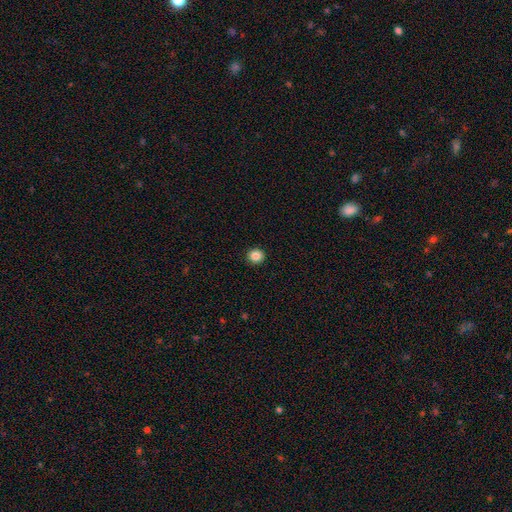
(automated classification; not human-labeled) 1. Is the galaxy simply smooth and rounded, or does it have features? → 86% smooth, 10% star or artifact, 4% featured or disk.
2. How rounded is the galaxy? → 89% round, 10% in between, 1% cigar-shaped.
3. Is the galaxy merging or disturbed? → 93% none, 5% minor disturbance, 2% major disturbance, 1% merger.